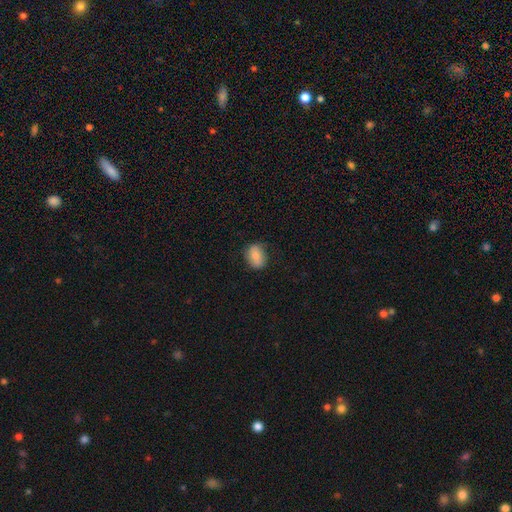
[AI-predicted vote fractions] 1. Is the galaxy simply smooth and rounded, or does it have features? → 79% smooth, 14% featured or disk, 8% star or artifact.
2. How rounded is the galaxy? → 60% in between, 39% round, 1% cigar-shaped.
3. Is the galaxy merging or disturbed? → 79% none, 17% minor disturbance, 4% major disturbance, 1% merger.